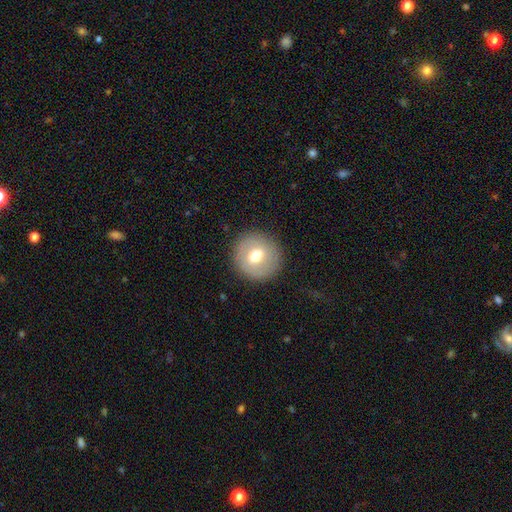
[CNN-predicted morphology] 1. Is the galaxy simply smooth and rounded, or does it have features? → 64% smooth, 27% featured or disk, 9% star or artifact.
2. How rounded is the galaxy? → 93% round, 6% in between, 1% cigar-shaped.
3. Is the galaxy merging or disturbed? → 89% none, 7% minor disturbance, 3% major disturbance, 1% merger.